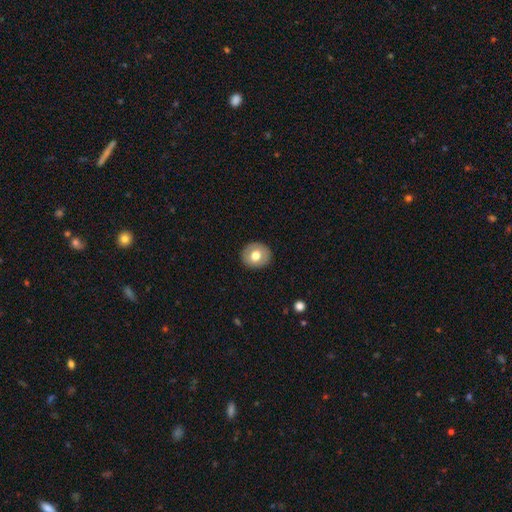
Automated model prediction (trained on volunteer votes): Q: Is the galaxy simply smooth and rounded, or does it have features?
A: smooth — 69%.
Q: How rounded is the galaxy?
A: round — 84%.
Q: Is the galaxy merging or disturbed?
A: none — 90%.